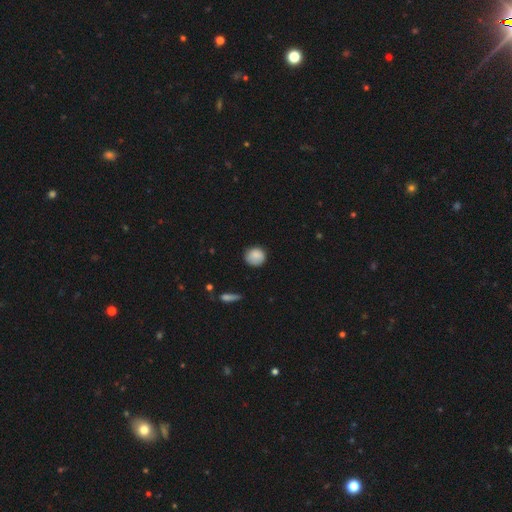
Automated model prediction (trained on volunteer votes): Smooth or featured: smooth — 87% (star or artifact — 7%)
How rounded: round — 90% (in between — 9%)
Merging: none — 81% (minor disturbance — 15%)